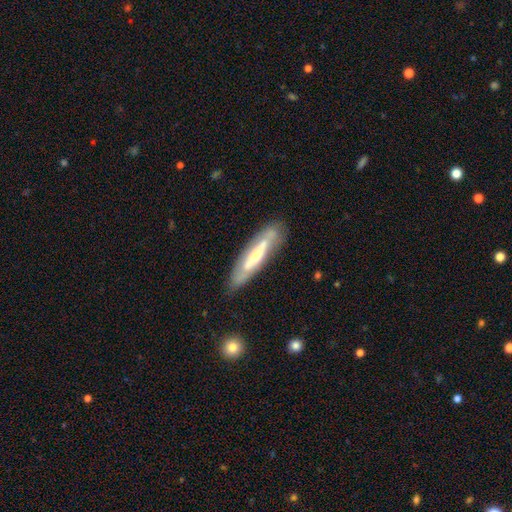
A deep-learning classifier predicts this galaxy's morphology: Smooth or featured?
  - featured or disk: 62% *
  - smooth: 33%
  - star or artifact: 6%
Edge-on disk?
  - yes: 53% *
  - no: 47%
Merging?
  - none: 76% *
  - minor disturbance: 16%
  - major disturbance: 4%
  - merger: 3%